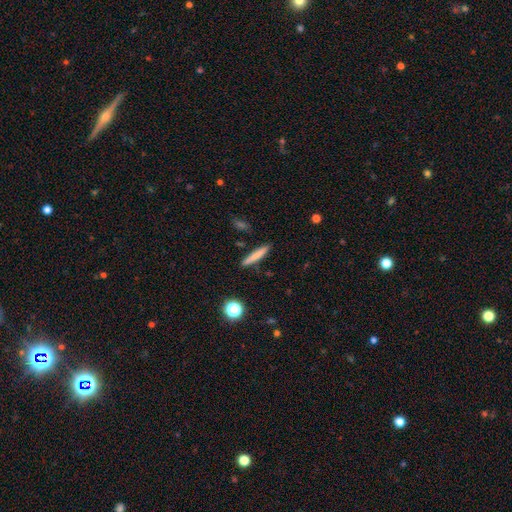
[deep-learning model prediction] Smooth or featured: smooth — 75% (featured or disk — 17%)
How rounded: cigar-shaped — 92% (in between — 6%)
Merging: none — 87% (minor disturbance — 8%)